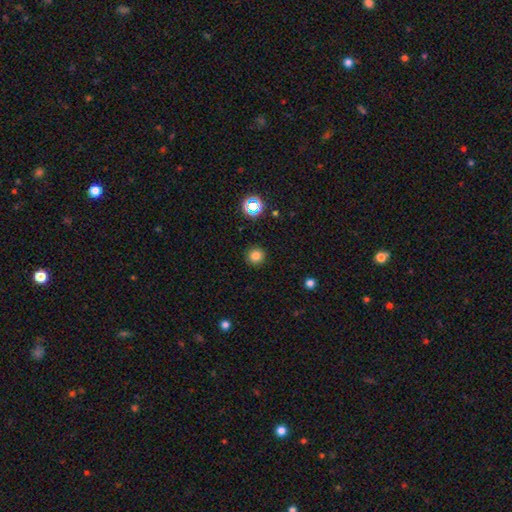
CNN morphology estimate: smooth-or-featured: smooth: 79% | star or artifact: 16% | featured or disk: 5%
  how-rounded: round: 94% | in between: 5% | cigar-shaped: 1%
  merging: none: 91% | minor disturbance: 6% | major disturbance: 2% | merger: 1%